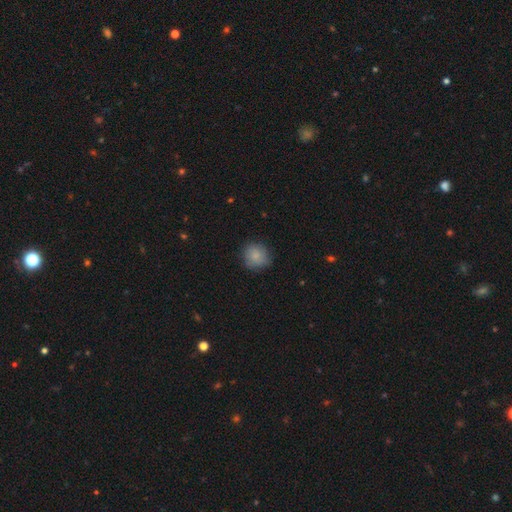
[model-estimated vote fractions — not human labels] The model was most divided on "merging": none: 80%, minor disturbance: 16%, major disturbance: 4%, merger: 1%. More confident: how rounded — round (88%); smooth or featured — smooth (84%).